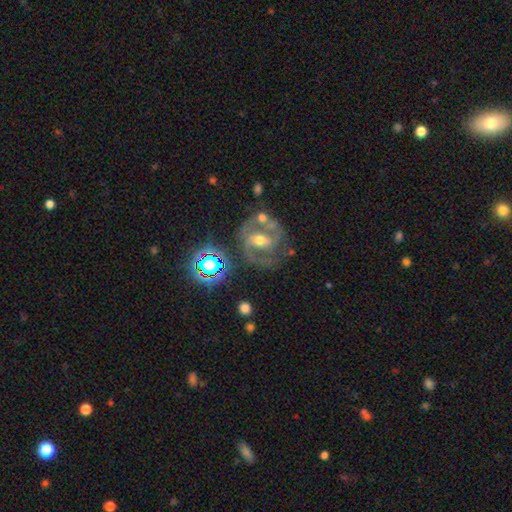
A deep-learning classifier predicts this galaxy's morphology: A featured or disk galaxy (71%) with a weak bar (39%), 2 (66%) tight (44%) spiral arms (80%) and a moderate central bulge (54%). Merging: none (67%).